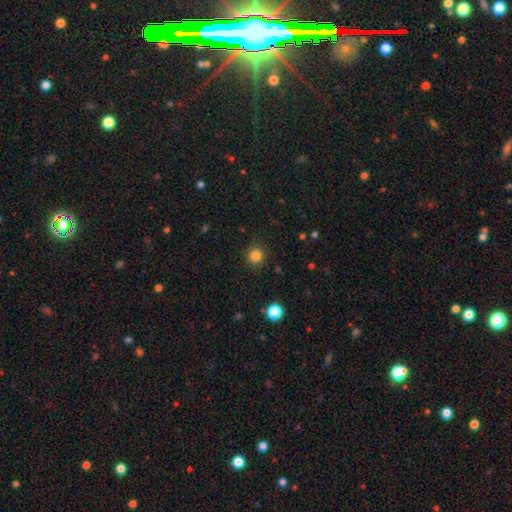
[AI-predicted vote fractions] Smooth or featured: smooth — 83% (star or artifact — 13%)
How rounded: round — 93% (in between — 6%)
Merging: none — 89% (minor disturbance — 7%)